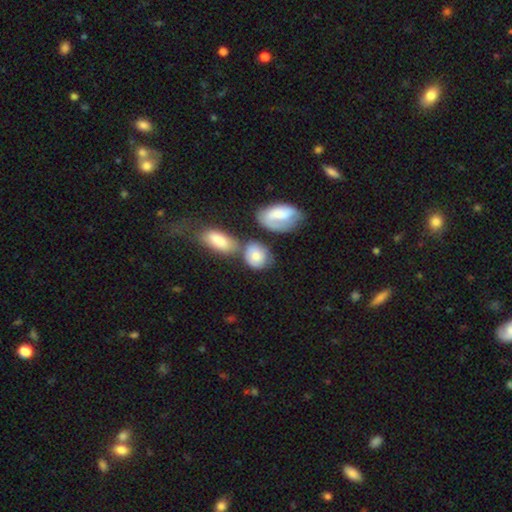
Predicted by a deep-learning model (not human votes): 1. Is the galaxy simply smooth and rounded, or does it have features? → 73% smooth, 20% featured or disk, 7% star or artifact.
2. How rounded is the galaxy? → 53% in between, 45% round, 2% cigar-shaped.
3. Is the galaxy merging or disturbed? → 47% none, 25% merger, 19% minor disturbance, 9% major disturbance.